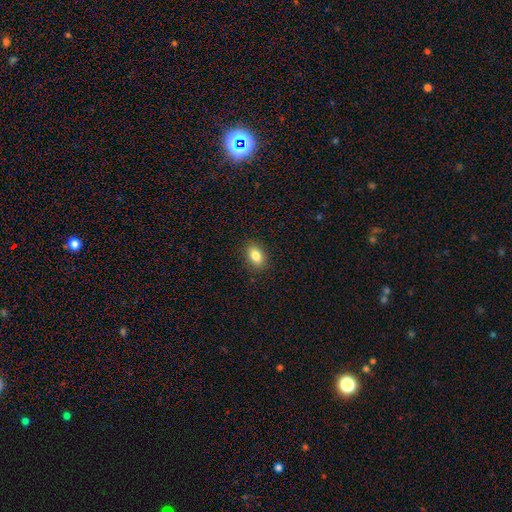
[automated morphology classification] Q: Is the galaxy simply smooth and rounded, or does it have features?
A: smooth — 84%.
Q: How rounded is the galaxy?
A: in between — 84%.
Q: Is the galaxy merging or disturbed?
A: none — 88%.